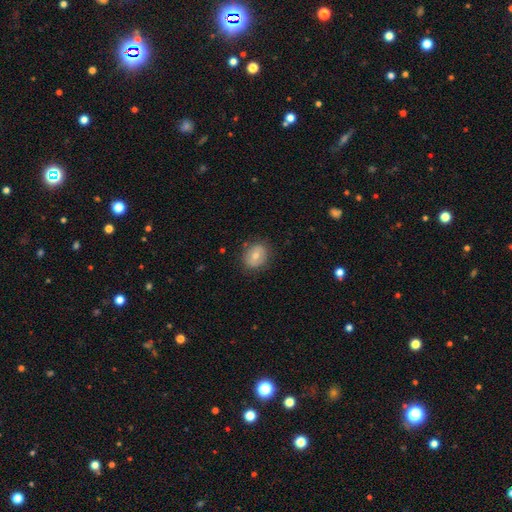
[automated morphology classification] Smooth or featured? smooth (67%)
How rounded? round (64%)
Merging? none (82%)